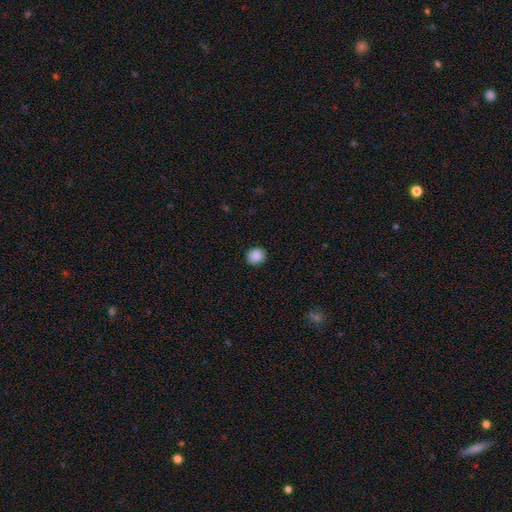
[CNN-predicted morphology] Smooth or featured?
  - smooth: 88% *
  - star or artifact: 9%
  - featured or disk: 3%
How rounded?
  - round: 77% *
  - in between: 22%
  - cigar-shaped: 1%
Merging?
  - none: 88% *
  - minor disturbance: 9%
  - major disturbance: 2%
  - merger: 1%